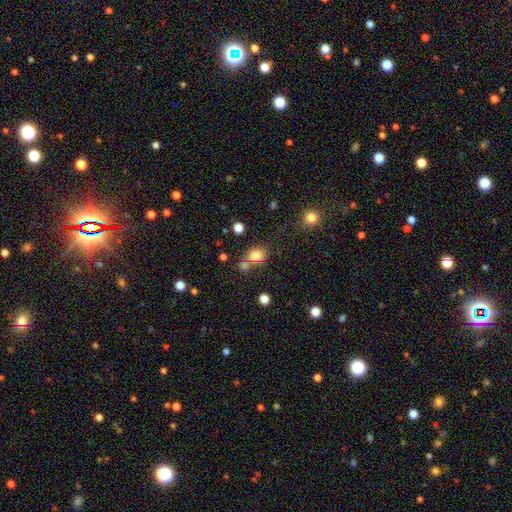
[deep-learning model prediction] Smooth or featured? Predicted: smooth (p=0.80). How rounded? Predicted: round (p=0.59). Merging? Predicted: none (p=0.54).